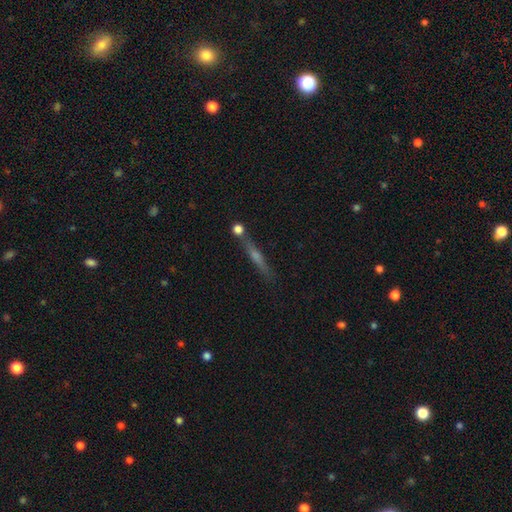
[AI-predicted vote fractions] smooth-or-featured: featured or disk: 55% | smooth: 33% | star or artifact: 11%
  disk-edge-on: yes: 93% | no: 7%
    edge-on-bulge: rounded: 57% | none: 33% | boxy: 11%
  merging: none: 77% | minor disturbance: 11% | merger: 9% | major disturbance: 3%